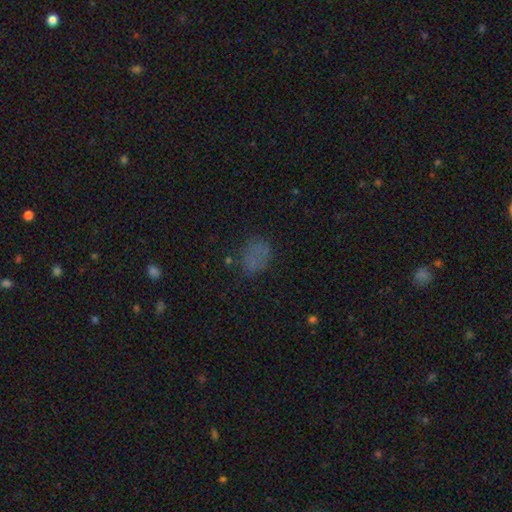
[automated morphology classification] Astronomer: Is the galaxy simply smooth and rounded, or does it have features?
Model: smooth — 61%.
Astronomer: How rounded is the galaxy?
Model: in between — 63%.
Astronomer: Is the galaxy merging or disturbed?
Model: none — 64%.